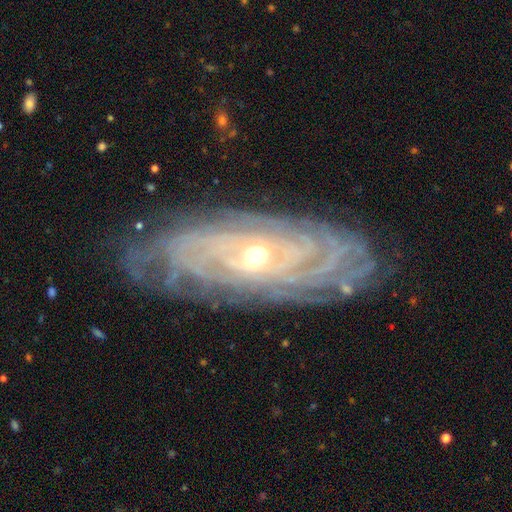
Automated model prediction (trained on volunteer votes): featured or disk 89%, star or artifact 6%, smooth 5%. Down the decision tree: edge-on disk — no (89%); bar — no (59%); spiral arms — yes (97%); spiral arm count — can't tell (34%); spiral winding — tight (86%); bulge size — moderate (48%, tied with small); merging — none (83%).